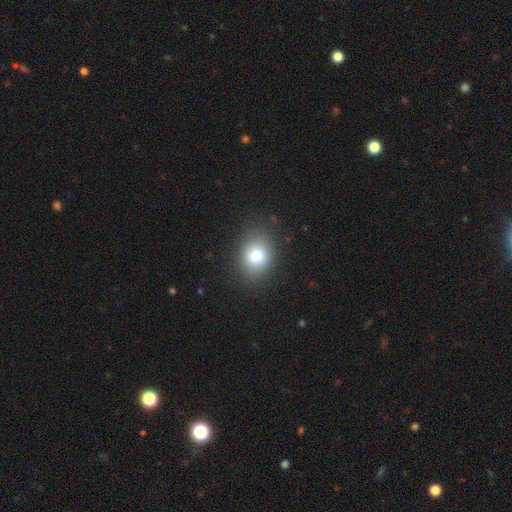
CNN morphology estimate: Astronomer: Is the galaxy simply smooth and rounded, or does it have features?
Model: smooth — 78%.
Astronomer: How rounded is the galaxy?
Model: round — 52% (runner-up: in between, 47%).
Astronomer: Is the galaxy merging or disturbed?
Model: none — 84%.